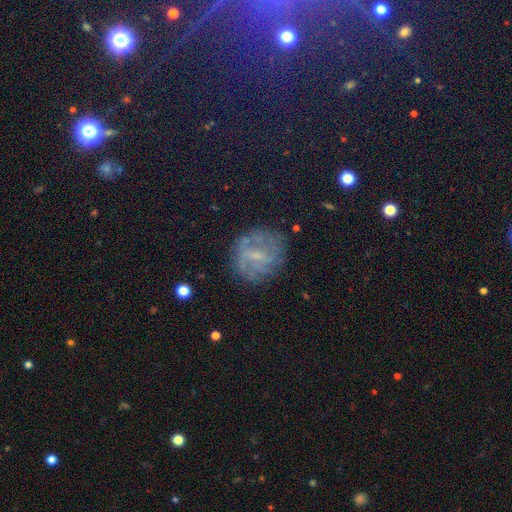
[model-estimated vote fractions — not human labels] The model was most divided on "bar": weak: 52%, no: 33%, strong: 14%. More confident: edge-on disk — no (96%); merging — none (72%); spiral arms — yes (65%); bulge size — small (57%); smooth or featured — featured or disk (54%).